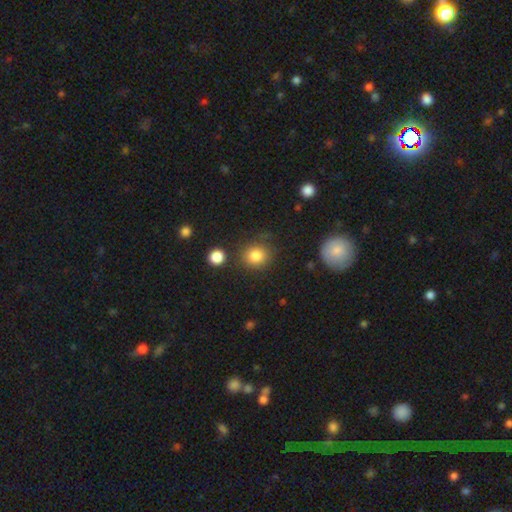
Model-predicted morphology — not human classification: This is clearly a smooth galaxy (83%). How rounded: likely round (78%). Merging: likely none (79%).